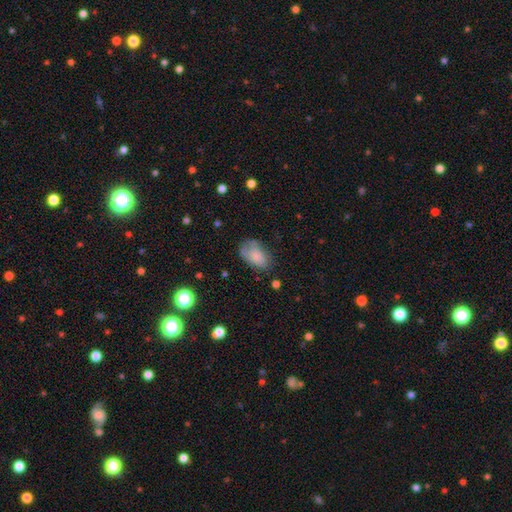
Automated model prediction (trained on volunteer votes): Smooth or featured?
  - smooth: 72% *
  - featured or disk: 19%
  - star or artifact: 8%
How rounded?
  - in between: 89% *
  - round: 10%
  - cigar-shaped: 2%
Merging?
  - none: 53% *
  - minor disturbance: 30%
  - major disturbance: 14%
  - merger: 3%